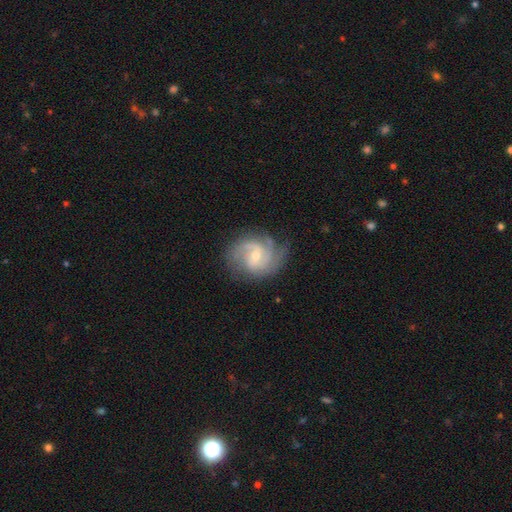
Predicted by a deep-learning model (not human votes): Morphology: type=featured or disk (87%); edge-on=no (98%); bar=no (48%); spiral arms=yes (97%); winding=medium (45%); arm count=2 (48%); bulge=small (52%); merging=none (75%).